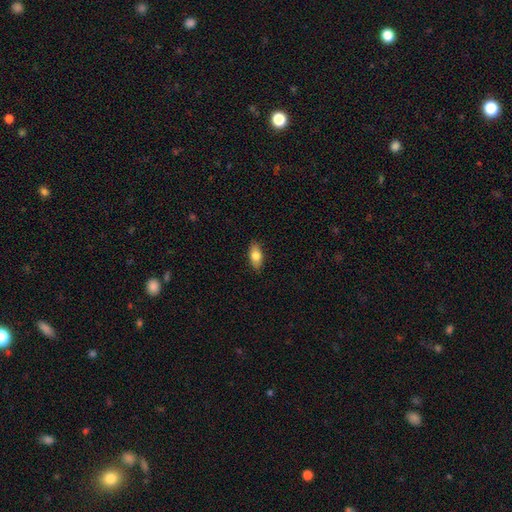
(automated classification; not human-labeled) Q: Smooth or featured?
A: smooth (80%); runner-up: featured or disk (13%)
Q: How rounded?
A: in between (88%); runner-up: cigar-shaped (9%)
Q: Merging?
A: none (88%); runner-up: minor disturbance (9%)